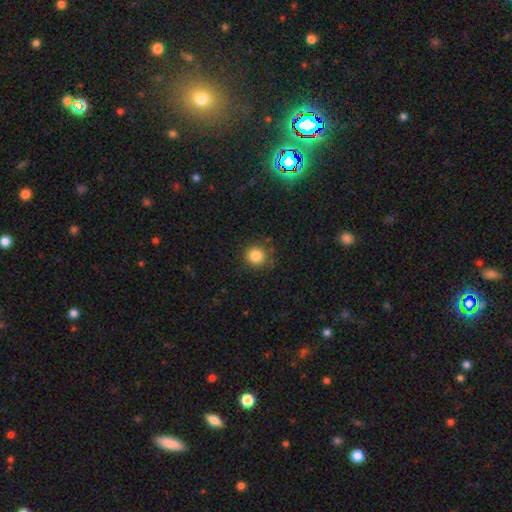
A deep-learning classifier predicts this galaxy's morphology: Q: Smooth or featured?
A: smooth (84%); runner-up: star or artifact (11%)
Q: How rounded?
A: round (92%); runner-up: in between (7%)
Q: Merging?
A: none (86%); runner-up: minor disturbance (10%)